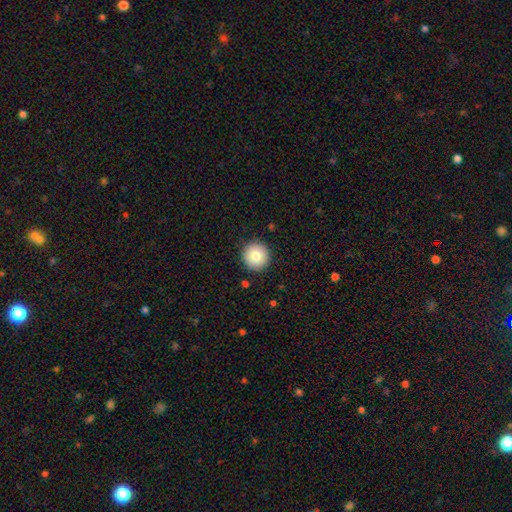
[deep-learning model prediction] Morphology: type=smooth (81%); roundness=round (96%); merging=none (91%).